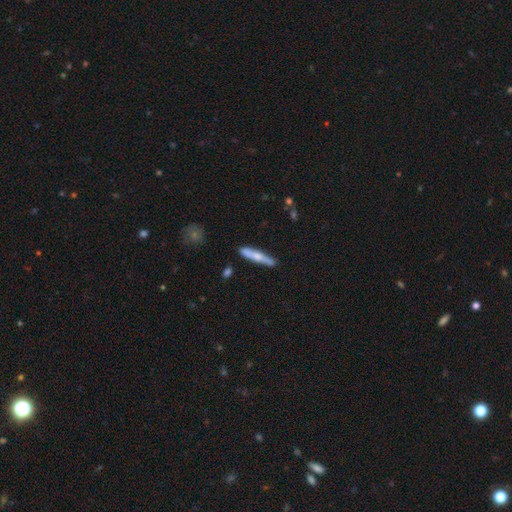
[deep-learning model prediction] Smooth or featured? Predicted: smooth (p=0.54). How rounded? Predicted: cigar-shaped (p=0.91). Merging? Predicted: none (p=0.84).